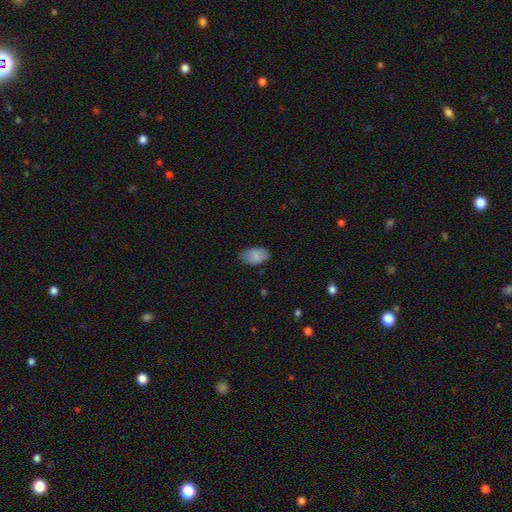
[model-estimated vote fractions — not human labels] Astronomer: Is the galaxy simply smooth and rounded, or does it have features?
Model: smooth — 86%.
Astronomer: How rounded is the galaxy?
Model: in between — 94%.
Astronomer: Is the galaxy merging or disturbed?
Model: none — 74%.